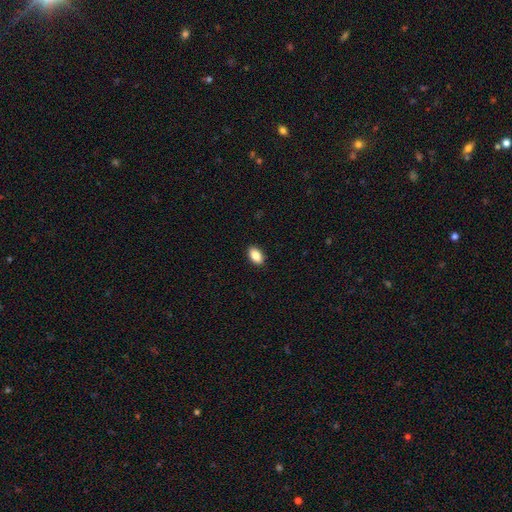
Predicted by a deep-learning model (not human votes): smooth 87%, star or artifact 8%, featured or disk 6%. Down the decision tree: how rounded — in between (91%); merging — none (90%).